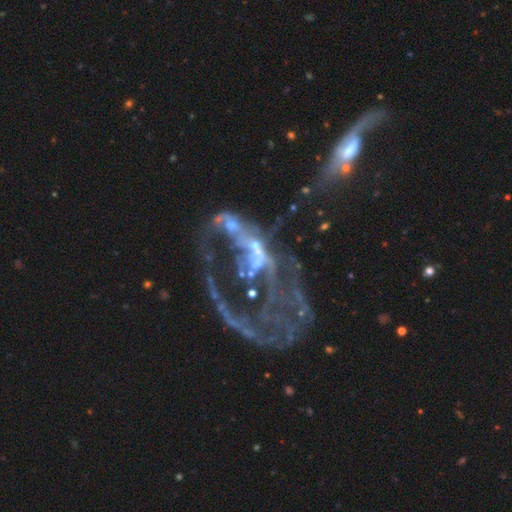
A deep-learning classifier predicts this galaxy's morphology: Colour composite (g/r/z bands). It shows a featured or disk galaxy (74%) with no bar (66%), no spiral arms (60%) and no central bulge (46%). Merging: major disturbance (46%).